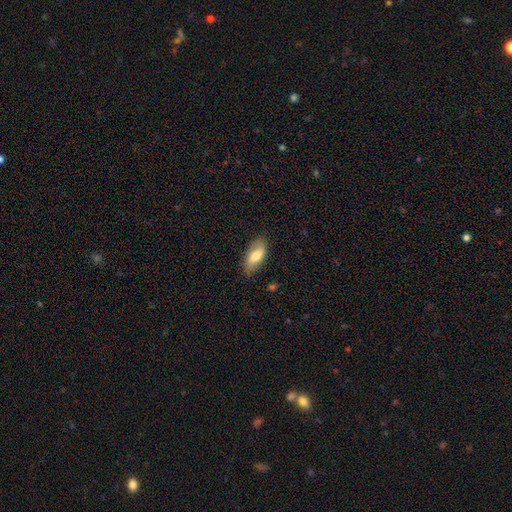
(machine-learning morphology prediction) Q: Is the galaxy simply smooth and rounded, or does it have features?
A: smooth — 59%.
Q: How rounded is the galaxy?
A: in between — 88%.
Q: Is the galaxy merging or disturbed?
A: none — 80%.